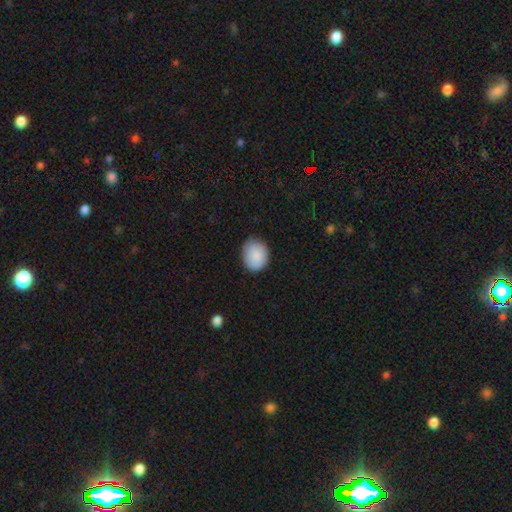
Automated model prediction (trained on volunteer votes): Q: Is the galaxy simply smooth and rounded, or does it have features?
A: smooth — 88%.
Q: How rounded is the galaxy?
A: round — 55%.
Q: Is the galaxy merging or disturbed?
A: none — 82%.